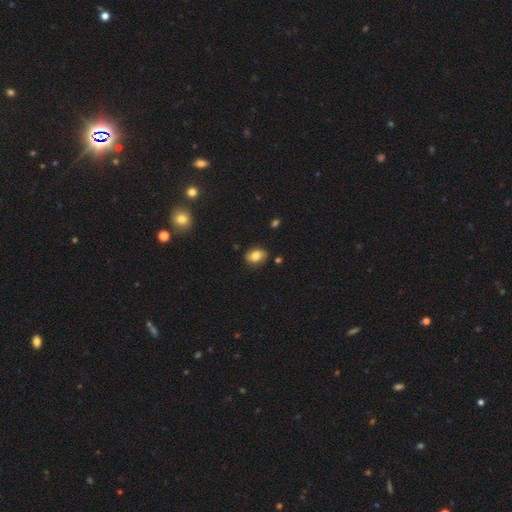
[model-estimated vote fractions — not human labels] Smooth or featured? Predicted: smooth (p=0.72). How rounded? Predicted: in between (p=0.72). Merging? Predicted: none (p=0.81).